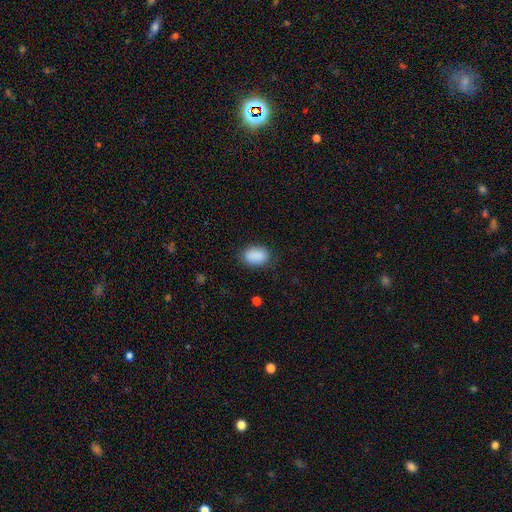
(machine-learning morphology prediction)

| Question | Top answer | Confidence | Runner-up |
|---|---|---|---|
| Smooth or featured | smooth | 89% | star or artifact (7%) |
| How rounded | in between | 84% | round (15%) |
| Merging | none | 81% | minor disturbance (14%) |